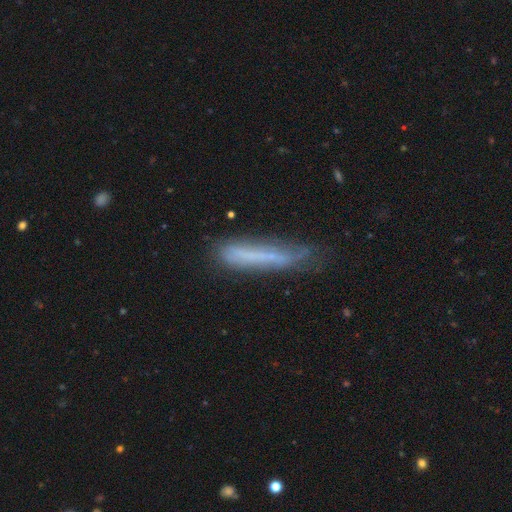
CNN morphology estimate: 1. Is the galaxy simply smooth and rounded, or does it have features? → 54% smooth, 36% featured or disk, 9% star or artifact.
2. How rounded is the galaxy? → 90% cigar-shaped, 9% in between, 1% round.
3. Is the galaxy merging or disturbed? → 52% none, 31% minor disturbance, 13% major disturbance, 4% merger.